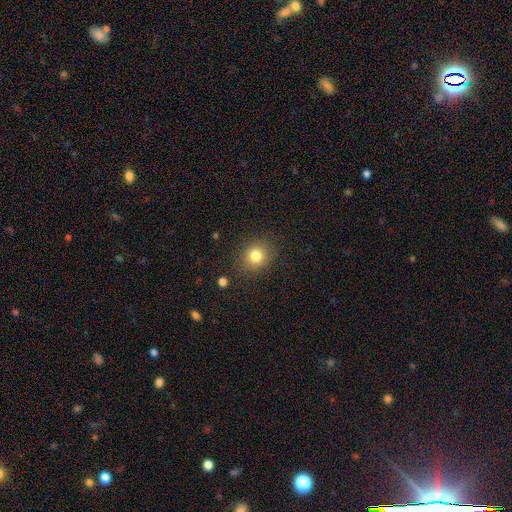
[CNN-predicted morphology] smooth 81%, star or artifact 12%, featured or disk 7%. Down the decision tree: how rounded — round (72%); merging — none (86%).